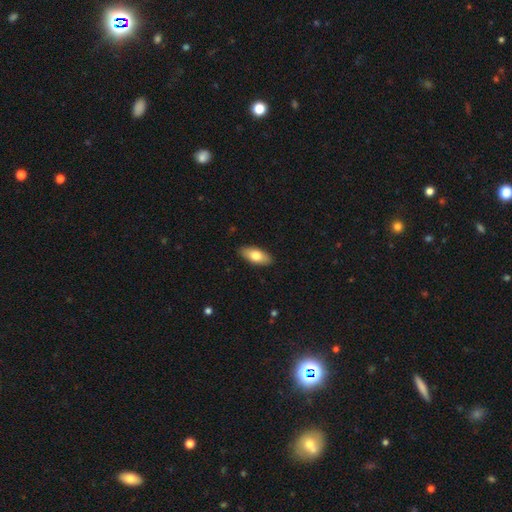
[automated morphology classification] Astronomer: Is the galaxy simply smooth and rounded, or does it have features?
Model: smooth — 75%.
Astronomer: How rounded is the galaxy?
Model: in between — 85%.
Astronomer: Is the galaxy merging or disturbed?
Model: none — 89%.